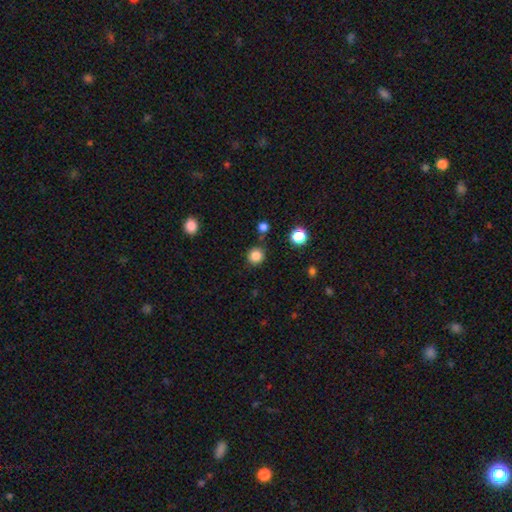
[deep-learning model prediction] The model was most divided on "smooth or featured": smooth: 84%, star or artifact: 12%, featured or disk: 4%. More confident: how rounded — round (91%); merging — none (84%).